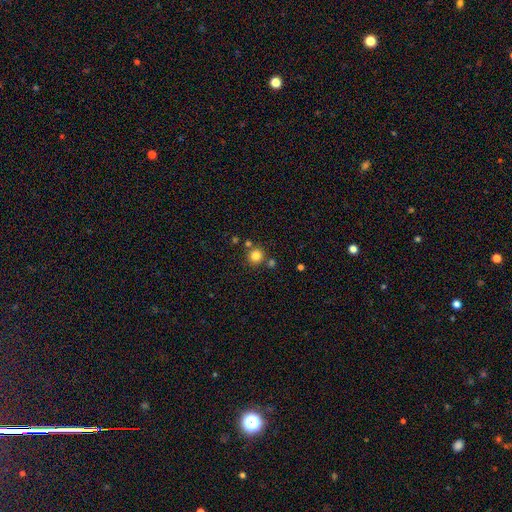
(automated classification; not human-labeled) Smooth or featured? Predicted: smooth (p=0.82). How rounded? Predicted: round (p=0.93). Merging? Predicted: none (p=0.78).